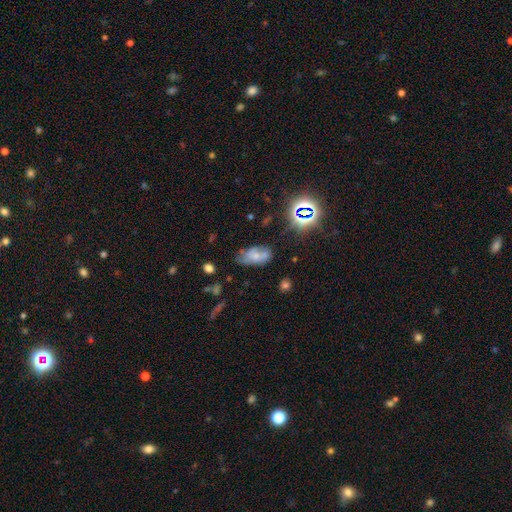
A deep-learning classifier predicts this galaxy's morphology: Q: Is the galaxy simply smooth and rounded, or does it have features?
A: smooth — 49%.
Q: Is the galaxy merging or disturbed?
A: none — 46%.